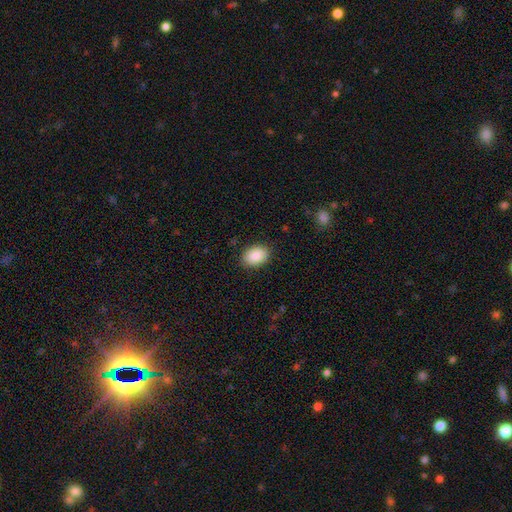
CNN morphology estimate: The model was most divided on "how rounded": in between: 81%, round: 18%, cigar-shaped: 1%. More confident: smooth or featured — smooth (90%); merging — none (86%).